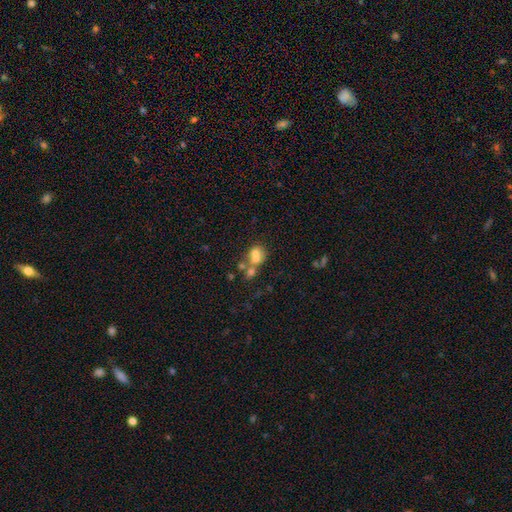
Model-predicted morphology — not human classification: smooth 62%, featured or disk 24%, star or artifact 14%. Down the decision tree: how rounded — round (56%); merging — merger (60%).